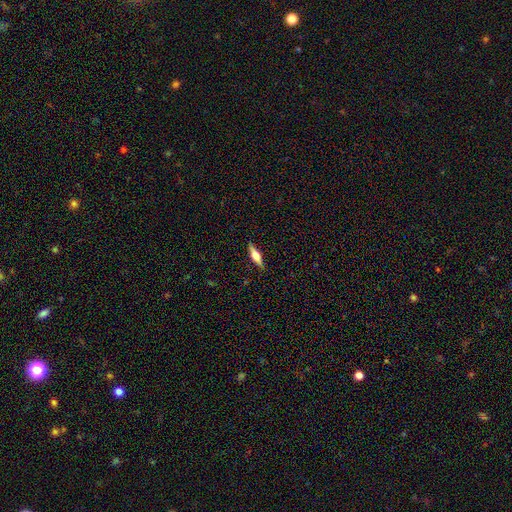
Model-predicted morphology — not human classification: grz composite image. It shows a featured or disk galaxy (59%) viewed edge-on (95%) with a rounded central bulge (93%). Merging: none (89%).